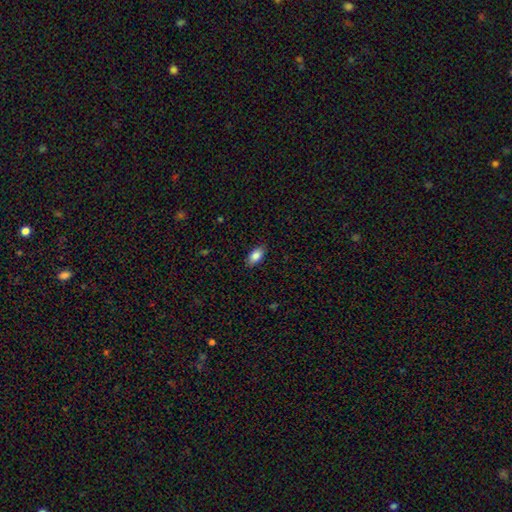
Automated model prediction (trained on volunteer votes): Q: Smooth or featured?
A: smooth (86%); runner-up: star or artifact (7%)
Q: How rounded?
A: in between (91%); runner-up: round (5%)
Q: Merging?
A: none (87%); runner-up: minor disturbance (10%)